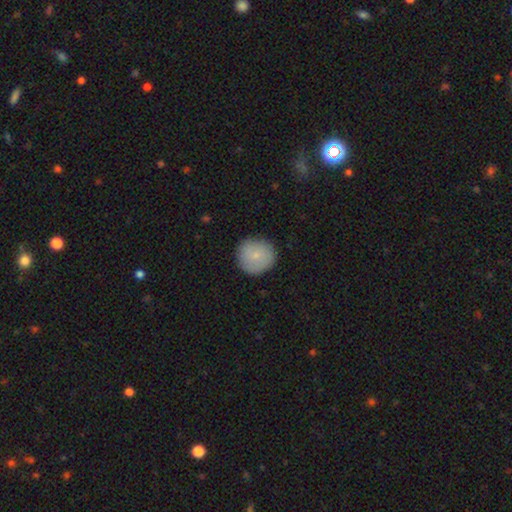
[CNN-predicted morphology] Q: Smooth or featured?
A: smooth (78%); runner-up: featured or disk (16%)
Q: How rounded?
A: round (93%); runner-up: in between (6%)
Q: Merging?
A: none (86%); runner-up: minor disturbance (10%)